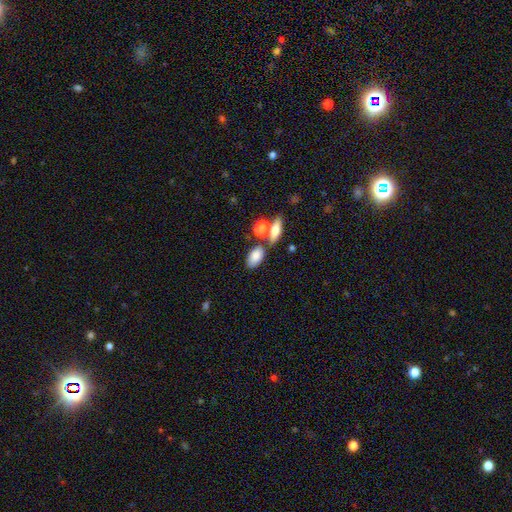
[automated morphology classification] Smooth or featured: smooth — 80% (featured or disk — 12%)
How rounded: in between — 89% (round — 7%)
Merging: none — 63% (merger — 20%)